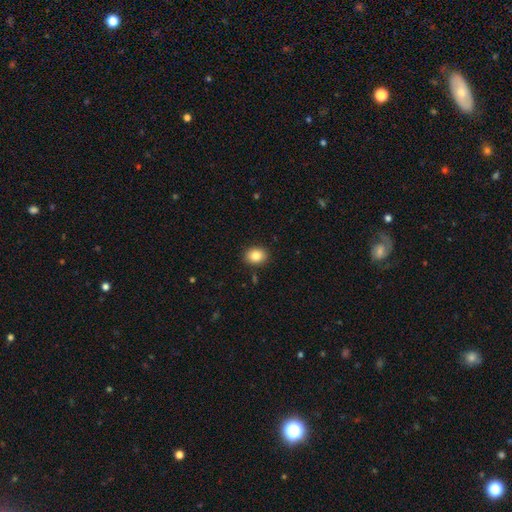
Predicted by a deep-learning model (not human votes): Smooth or featured: smooth — 86% (star or artifact — 9%)
How rounded: in between — 55% (round — 44%)
Merging: none — 89% (minor disturbance — 8%)